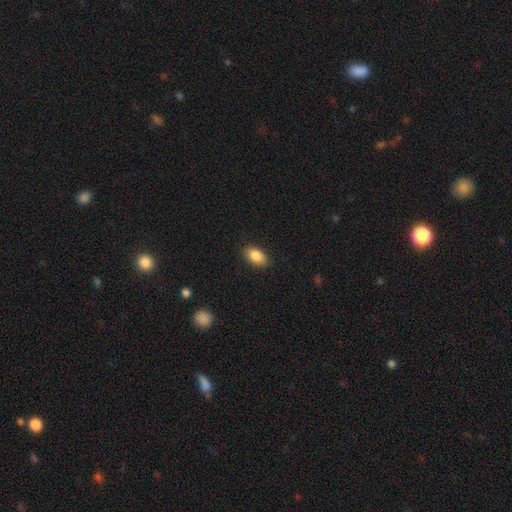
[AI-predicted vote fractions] This appears to be a smooth galaxy with no disk features (87%) that is in between round and cigar-shaped (92%). Merging: none (88%).